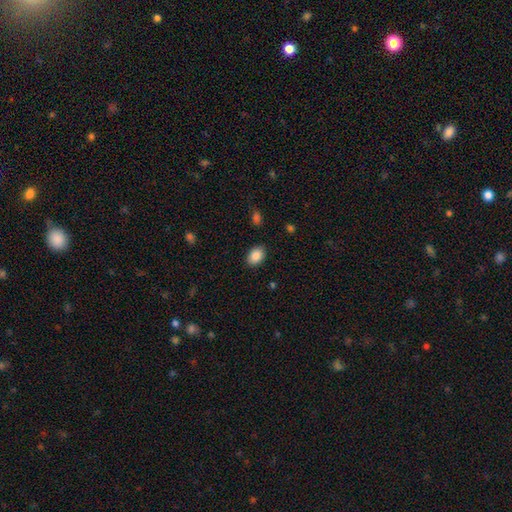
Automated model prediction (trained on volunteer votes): smooth_or_featured: smooth (p=0.88) [alt: star or artifact p=0.07]
how_rounded: in between (p=0.82) [alt: round p=0.17]
merging: none (p=0.88) [alt: minor disturbance p=0.09]